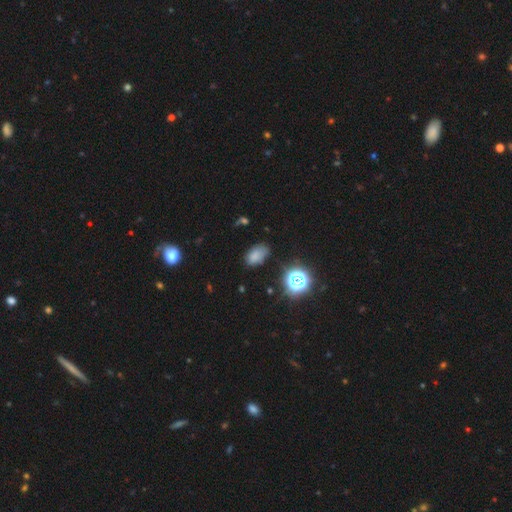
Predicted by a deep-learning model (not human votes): Smooth or featured? Predicted: smooth (p=0.73). How rounded? Predicted: in between (p=0.87). Merging? Predicted: none (p=0.61).